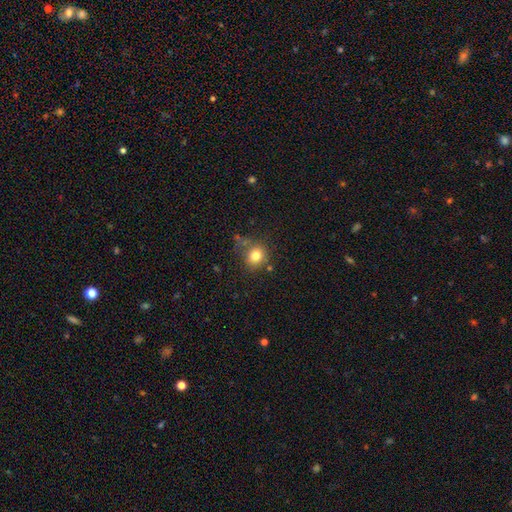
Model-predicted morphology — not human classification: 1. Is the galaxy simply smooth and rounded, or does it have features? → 80% smooth, 12% star or artifact, 8% featured or disk.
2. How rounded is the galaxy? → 82% round, 17% in between, 1% cigar-shaped.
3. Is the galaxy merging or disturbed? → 70% none, 17% minor disturbance, 7% merger, 6% major disturbance.